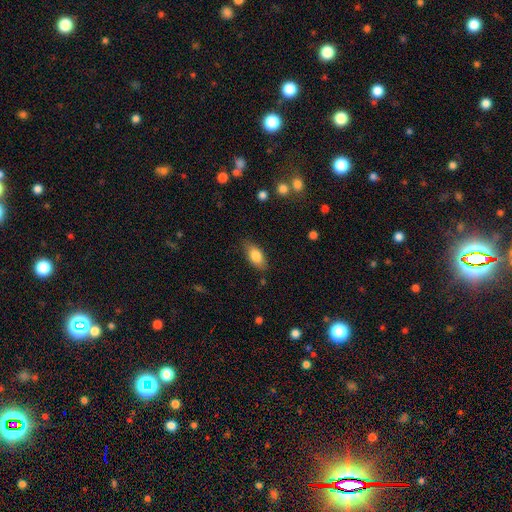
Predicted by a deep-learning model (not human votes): smooth_or_featured: smooth (p=0.81) [alt: featured or disk p=0.12]
how_rounded: in between (p=0.88) [alt: cigar-shaped p=0.08]
merging: none (p=0.80) [alt: minor disturbance p=0.15]